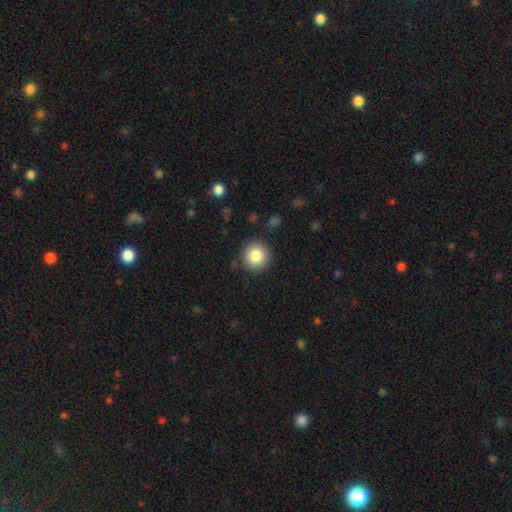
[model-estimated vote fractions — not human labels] smooth-or-featured: smooth: 83% | star or artifact: 9% | featured or disk: 7%
  how-rounded: round: 93% | in between: 6% | cigar-shaped: 1%
  merging: none: 89% | minor disturbance: 7% | major disturbance: 2% | merger: 1%